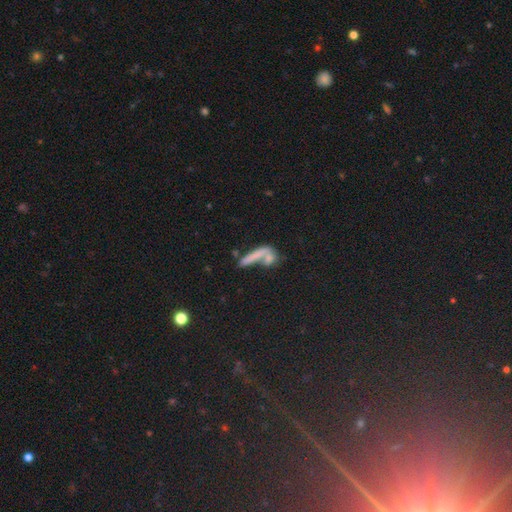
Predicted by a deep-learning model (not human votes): This appears to be a smooth galaxy with no disk features (62%) that is cigar-shaped (76%). Merging: none (43%).